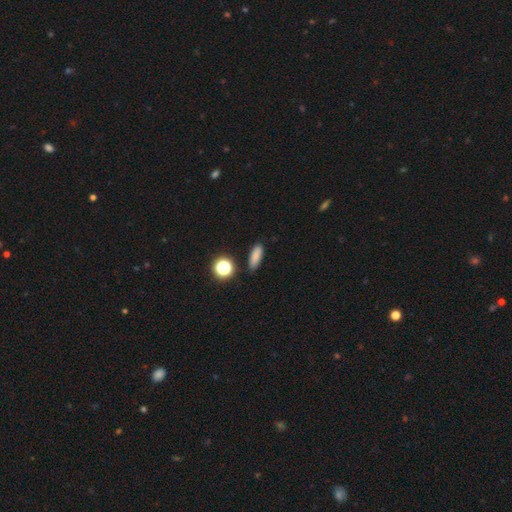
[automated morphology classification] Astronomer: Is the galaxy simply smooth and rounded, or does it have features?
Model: smooth — 82%.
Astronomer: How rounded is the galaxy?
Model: in between — 57% (runner-up: cigar-shaped, 36%).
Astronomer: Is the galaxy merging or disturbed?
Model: none — 85%.